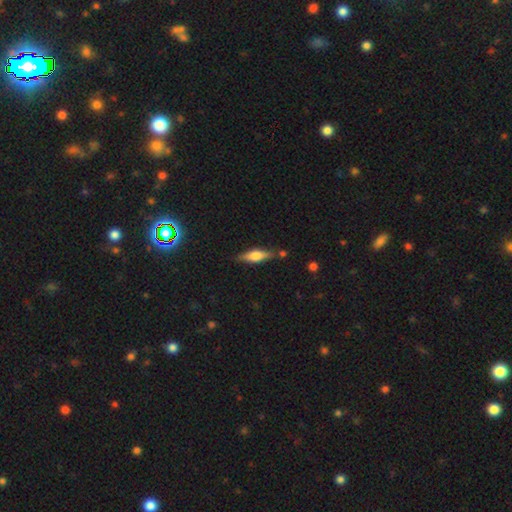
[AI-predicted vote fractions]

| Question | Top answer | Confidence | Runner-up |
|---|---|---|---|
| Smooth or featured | featured or disk | 51% | smooth (41%) |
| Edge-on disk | yes | 93% | no (7%) |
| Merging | none | 78% | minor disturbance (13%) |